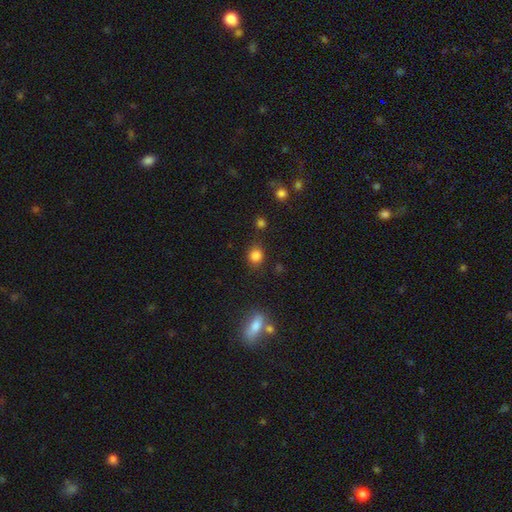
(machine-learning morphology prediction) This appears to be a smooth galaxy with no disk features (84%) that is round (77%). Merging: none (81%).